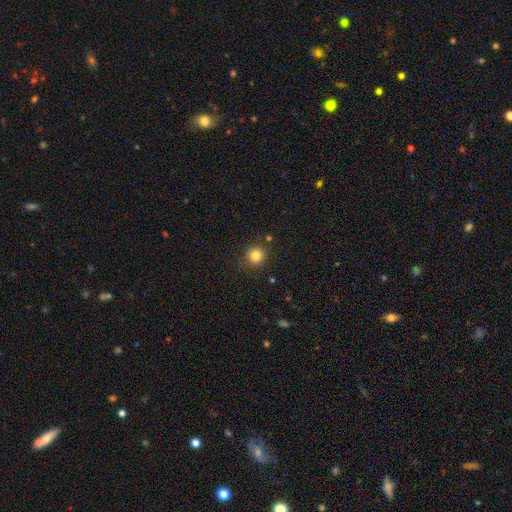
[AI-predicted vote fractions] smooth_or_featured: smooth (p=0.82) [alt: star or artifact p=0.12]
how_rounded: round (p=0.92) [alt: in between p=0.07]
merging: none (p=0.85) [alt: minor disturbance p=0.10]